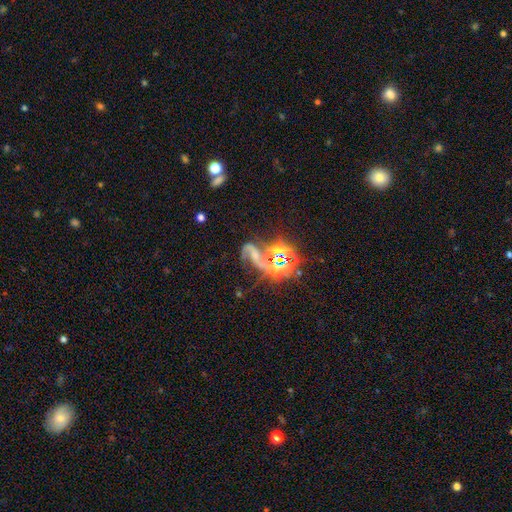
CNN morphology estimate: Smooth or featured? Predicted: featured or disk (p=0.53). Edge-on disk? Predicted: no (p=0.95). Bar? Predicted: no (p=0.47). Spiral arms? Predicted: yes (p=0.87). Bulge size? Predicted: moderate (p=0.34). Merging? Predicted: none (p=0.36).